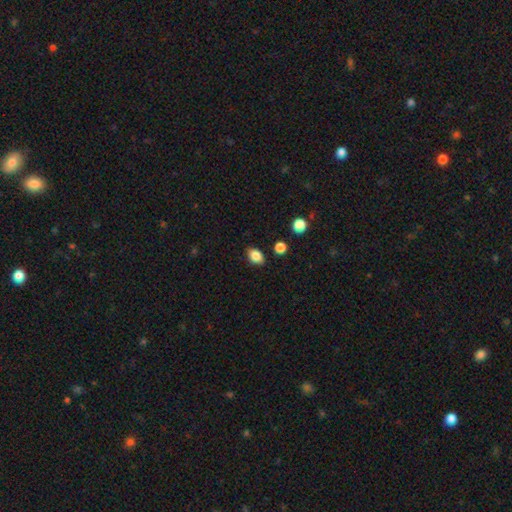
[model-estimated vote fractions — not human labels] Smooth or featured? Predicted: smooth (p=0.85). How rounded? Predicted: in between (p=0.77). Merging? Predicted: none (p=0.83).